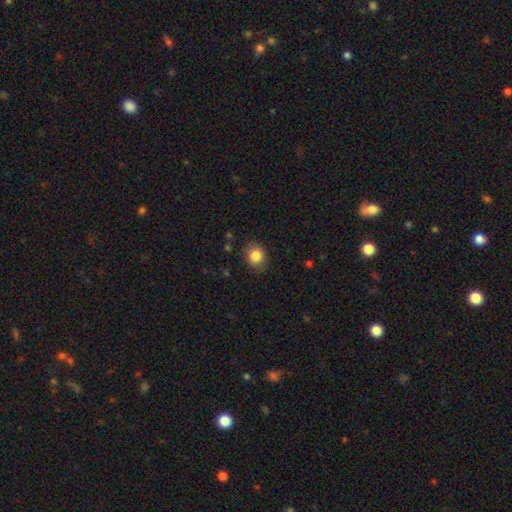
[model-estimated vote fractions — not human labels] A smooth galaxy with no disk features (84%) that is round (59%).

Vote fractions:
- Smooth or featured? smooth: 84% / star or artifact: 9% / featured or disk: 7%
- How rounded? round: 59% / in between: 40% / cigar-shaped: 1%
- Merging? none: 84% / minor disturbance: 12% / major disturbance: 3% / merger: 1%